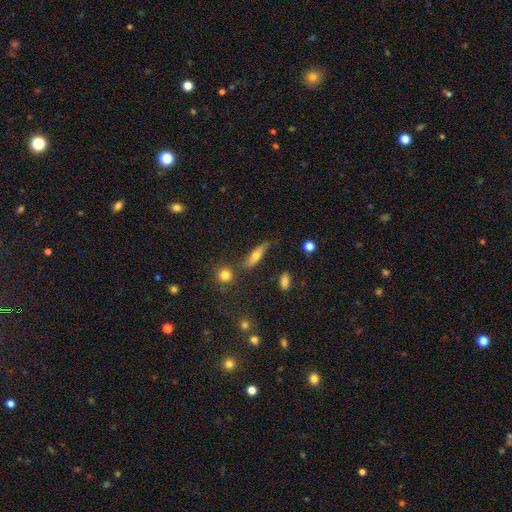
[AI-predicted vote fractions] This is possibly a smooth galaxy (55%). How rounded: likely cigar-shaped (65%). Merging: likely none (74%).